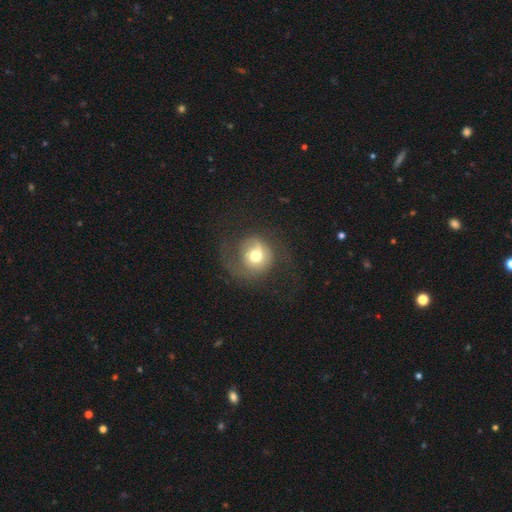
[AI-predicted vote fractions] Morphology: type=smooth (57%); roundness=round (85%); merging=none (43%).